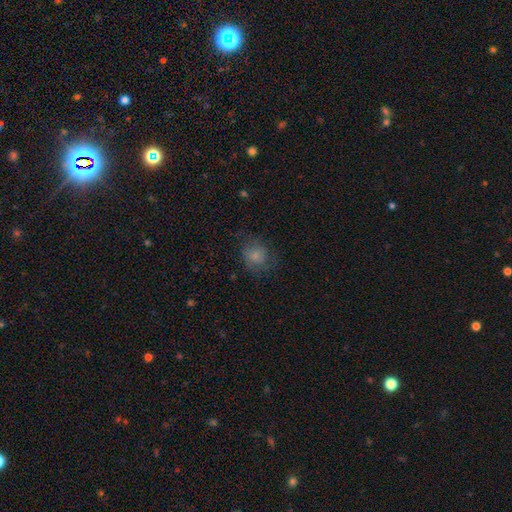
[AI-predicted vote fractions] A smooth galaxy with no disk features (77%) that is round (71%). Merging: none (66%).